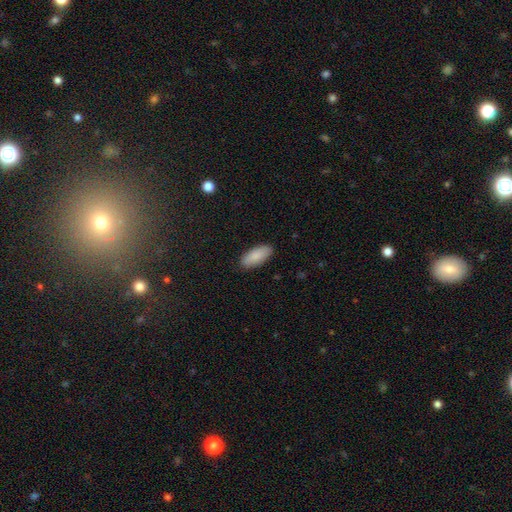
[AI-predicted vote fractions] Smooth or featured: smooth — 89% (featured or disk — 6%)
How rounded: in between — 86% (cigar-shaped — 13%)
Merging: none — 88% (minor disturbance — 9%)